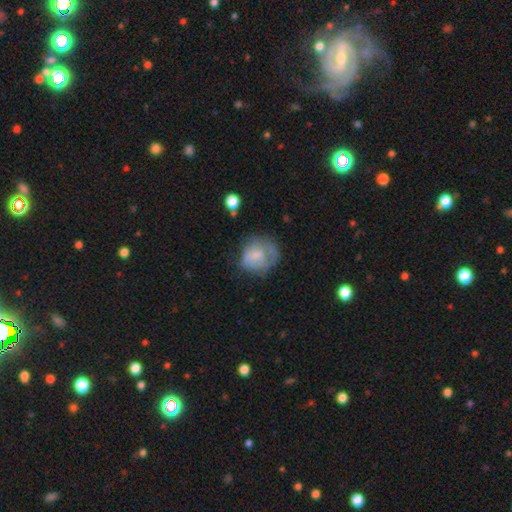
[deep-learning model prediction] This is likely a smooth galaxy (62%). How rounded: likely round (73%). Merging: possibly none (46%).